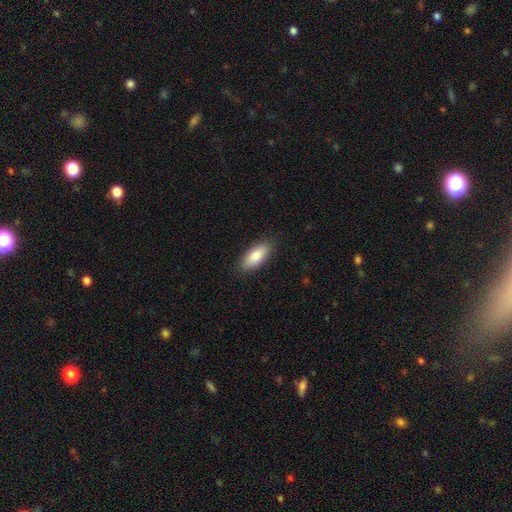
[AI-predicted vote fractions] smooth 84%, featured or disk 10%, star or artifact 6%. Down the decision tree: how rounded — in between (84%); merging — none (88%).